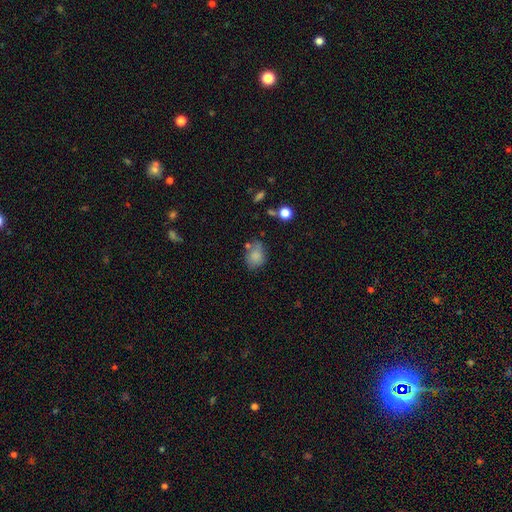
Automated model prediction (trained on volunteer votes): Smooth or featured? Predicted: smooth (p=0.81). How rounded? Predicted: in between (p=0.62). Merging? Predicted: none (p=0.53).